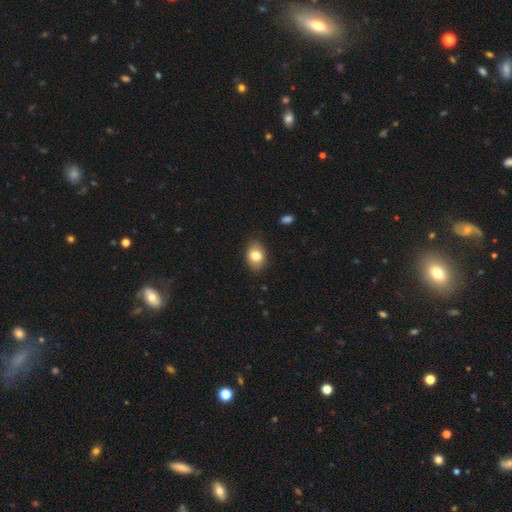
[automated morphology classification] A smooth galaxy with no disk features (80%) that is in between round and cigar-shaped (72%). Merging: none (82%).